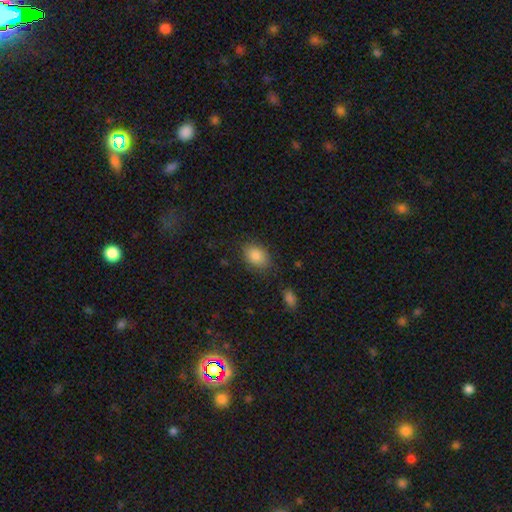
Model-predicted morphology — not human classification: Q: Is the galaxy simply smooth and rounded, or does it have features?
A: smooth — 85%.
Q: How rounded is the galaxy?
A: in between — 75%.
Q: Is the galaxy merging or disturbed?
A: none — 81%.